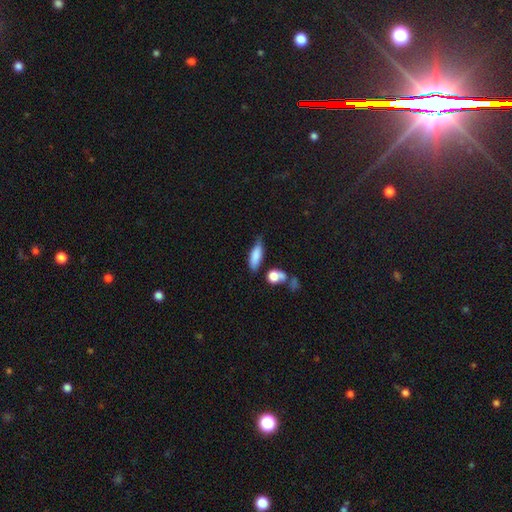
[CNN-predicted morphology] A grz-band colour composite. It shows a smooth galaxy with no disk features (82%) that is in between round and cigar-shaped (66%). Merging: none (52%).